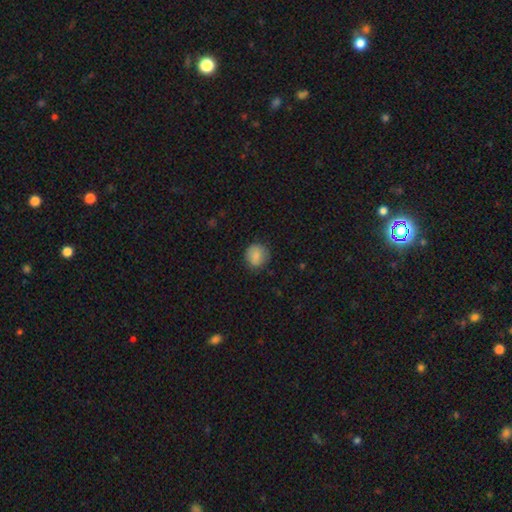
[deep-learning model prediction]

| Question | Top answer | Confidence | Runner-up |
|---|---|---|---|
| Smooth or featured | smooth | 85% | star or artifact (8%) |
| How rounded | round | 82% | in between (17%) |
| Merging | none | 82% | minor disturbance (14%) |